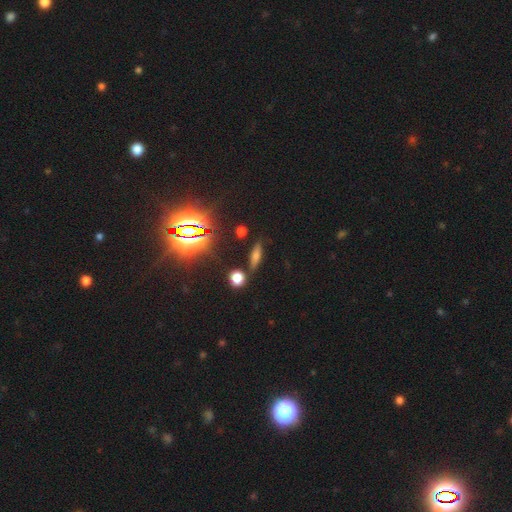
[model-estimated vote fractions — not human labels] smooth_or_featured: smooth (p=0.52) [alt: featured or disk p=0.26]
how_rounded: cigar-shaped (p=0.57) [alt: in between p=0.34]
merging: none (p=0.81) [alt: minor disturbance p=0.11]